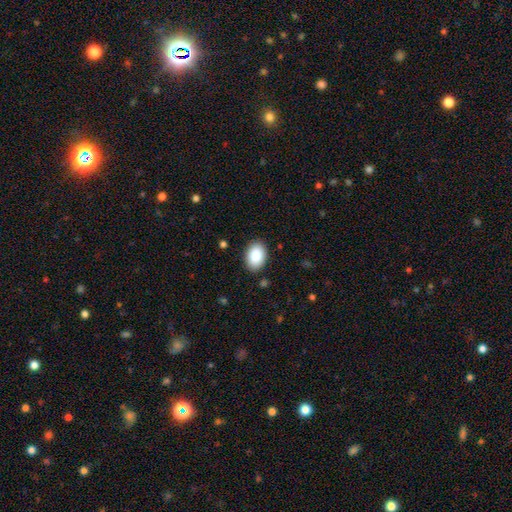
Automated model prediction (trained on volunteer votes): smooth_or_featured: smooth (p=0.86) [alt: star or artifact p=0.07]
how_rounded: in between (p=0.85) [alt: round p=0.14]
merging: none (p=0.88) [alt: minor disturbance p=0.09]